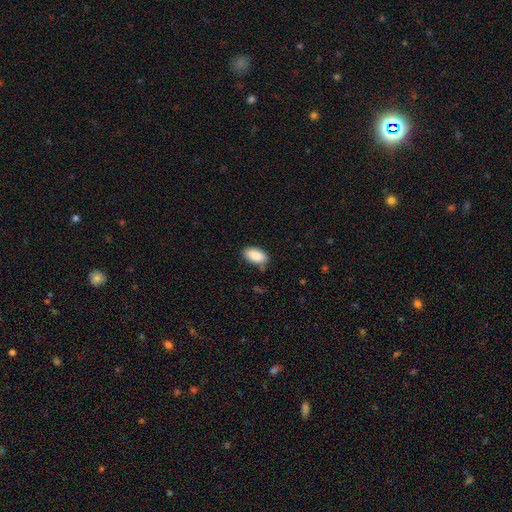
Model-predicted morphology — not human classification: smooth 89%, star or artifact 7%, featured or disk 4%. Down the decision tree: how rounded — in between (94%); merging — none (78%).